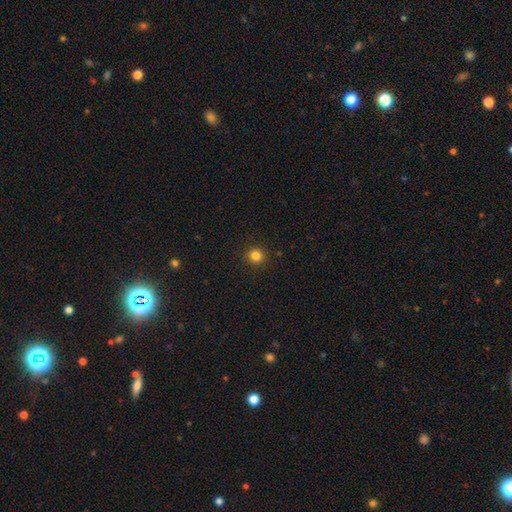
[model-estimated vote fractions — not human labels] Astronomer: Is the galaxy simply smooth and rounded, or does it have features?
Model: smooth — 83%.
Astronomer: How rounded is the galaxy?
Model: round — 91%.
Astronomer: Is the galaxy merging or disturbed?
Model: none — 92%.